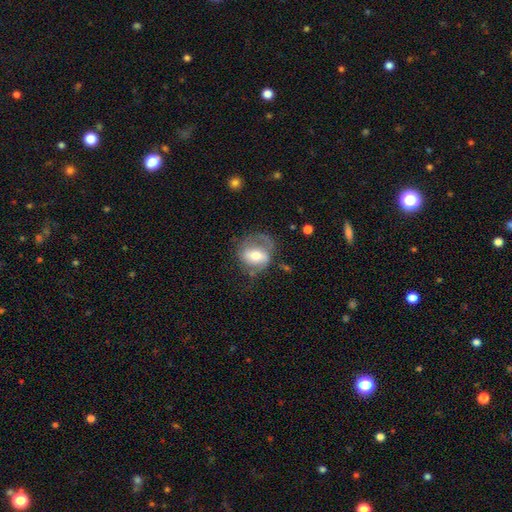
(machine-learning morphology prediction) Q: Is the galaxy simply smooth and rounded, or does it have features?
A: featured or disk — 55%.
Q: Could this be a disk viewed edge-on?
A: no — 95%.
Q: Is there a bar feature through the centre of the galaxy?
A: weak — 37%.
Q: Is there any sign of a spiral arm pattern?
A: yes — 65%.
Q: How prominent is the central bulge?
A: moderate — 66%.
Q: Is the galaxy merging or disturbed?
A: none — 47%.